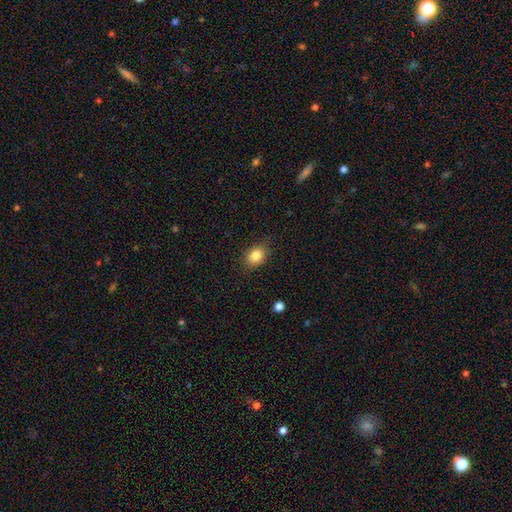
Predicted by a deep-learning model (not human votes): A smooth galaxy with no disk features (83%) that is in between round and cigar-shaped (65%). Merging: none (84%).